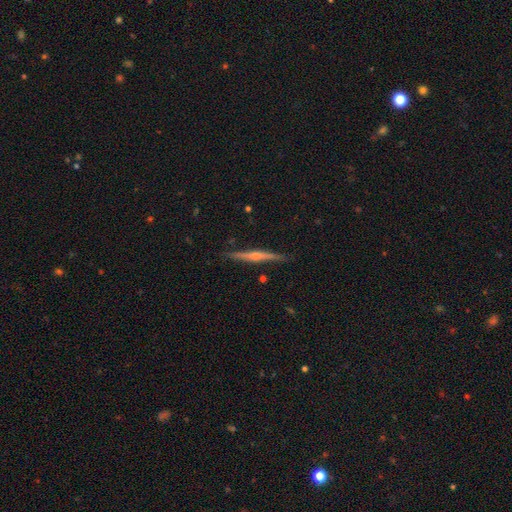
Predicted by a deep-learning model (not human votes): A featured or disk galaxy (77%) viewed edge-on (98%) with a rounded central bulge (82%). Merging: none (88%).